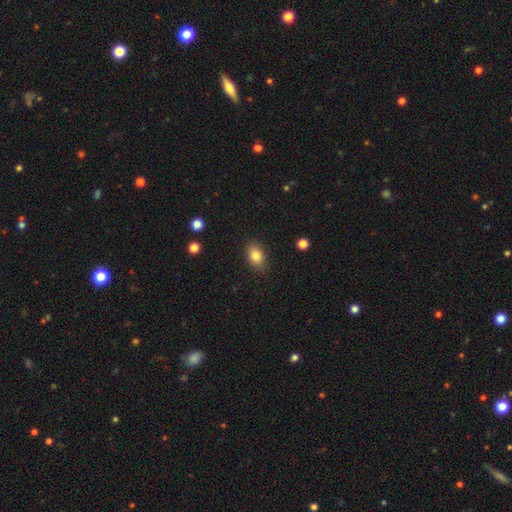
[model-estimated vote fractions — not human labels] Smooth or featured? smooth (83%)
How rounded? in between (82%)
Merging? none (87%)